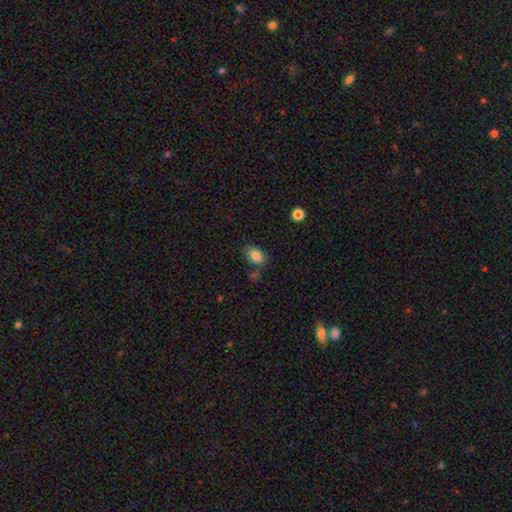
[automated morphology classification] This appears to be a smooth galaxy with no disk features (85%) that is in between round and cigar-shaped (84%). Merging: none (71%).